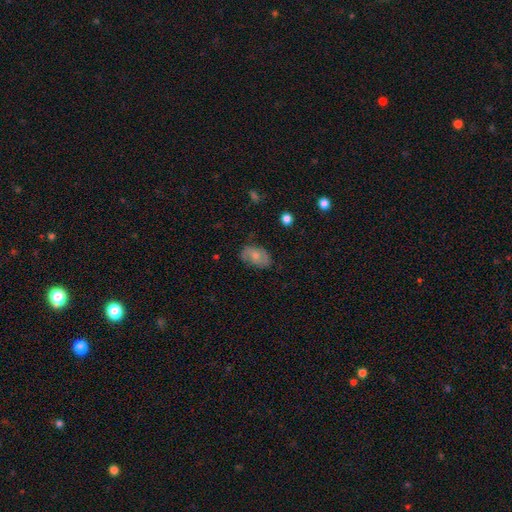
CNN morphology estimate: type=smooth (62%); roundness=in between (88%); merging=none (71%).